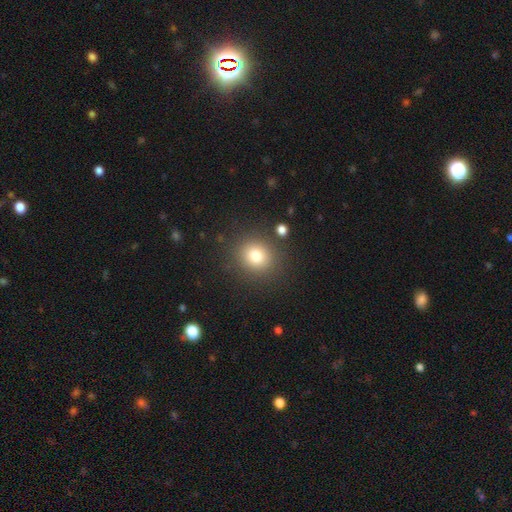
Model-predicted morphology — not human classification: The model was most divided on "smooth or featured": smooth: 79%, star or artifact: 13%, featured or disk: 8%. More confident: merging — none (86%); how rounded — round (84%).